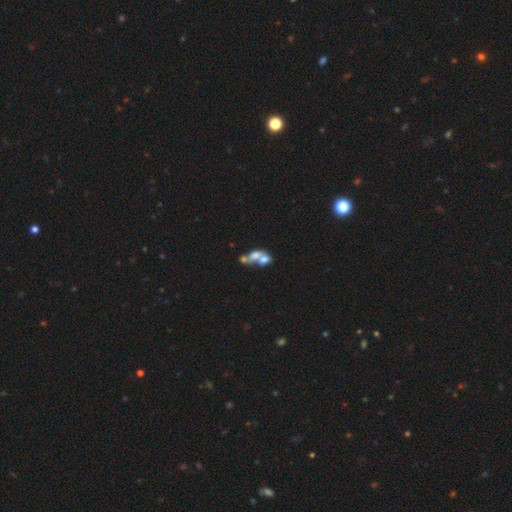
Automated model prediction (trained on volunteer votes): smooth_or_featured: smooth (p=0.53) [alt: featured or disk p=0.35]
how_rounded: in between (p=0.71) [alt: round p=0.24]
merging: merger (p=0.69) [alt: none p=0.15]